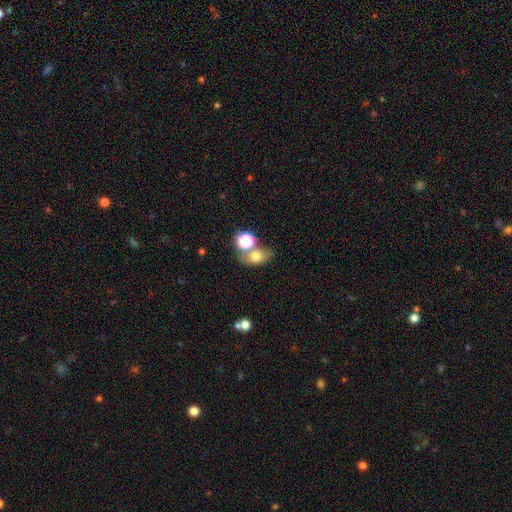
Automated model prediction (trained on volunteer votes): Smooth or featured? Predicted: smooth (p=0.68). How rounded? Predicted: in between (p=0.67). Merging? Predicted: none (p=0.51).